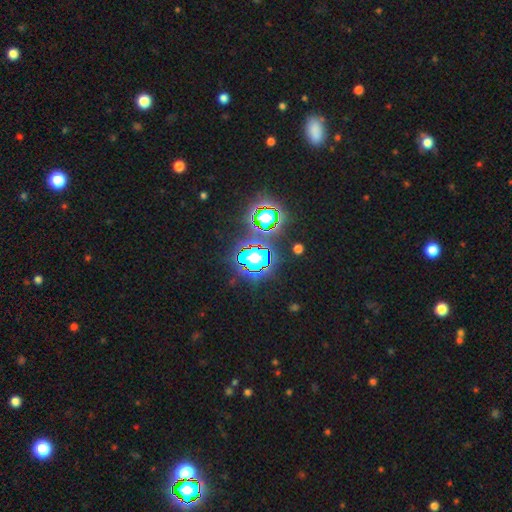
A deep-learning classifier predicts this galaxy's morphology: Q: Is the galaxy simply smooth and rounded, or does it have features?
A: star or artifact — 78%.